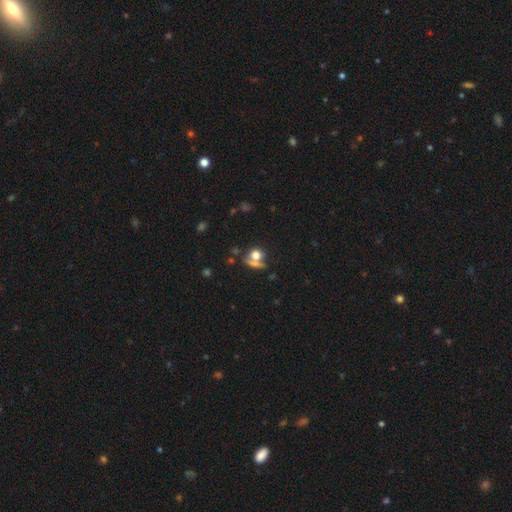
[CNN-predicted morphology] smooth-or-featured: smooth: 71% | featured or disk: 16% | star or artifact: 13%
  how-rounded: round: 73% | in between: 23% | cigar-shaped: 4%
  merging: none: 41% | merger: 39% | minor disturbance: 10% | major disturbance: 9%